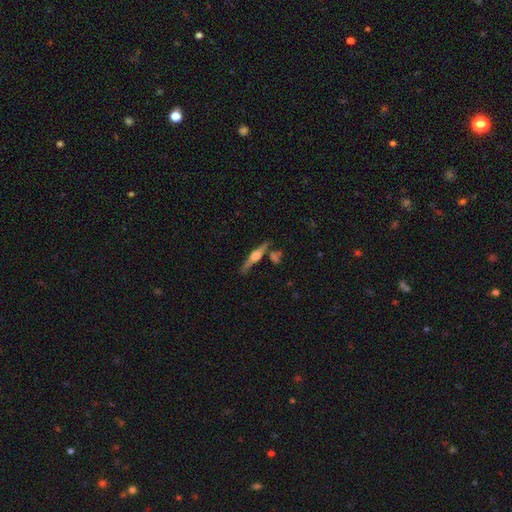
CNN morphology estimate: featured or disk 79%, smooth 15%, star or artifact 6%. Down the decision tree: edge-on disk — yes (98%); edge-on bulge — rounded (93%); merging — none (80%).